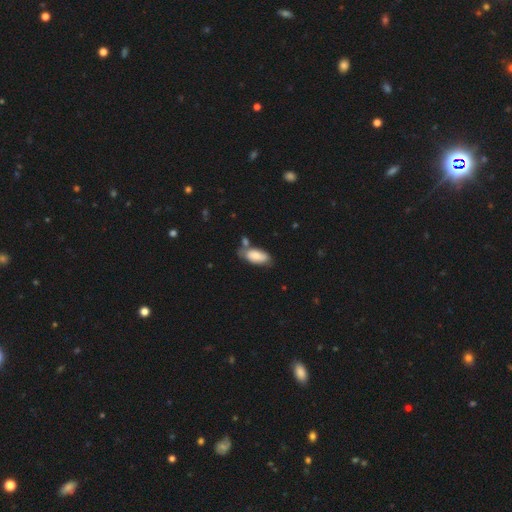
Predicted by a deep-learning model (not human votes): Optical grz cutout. It shows a smooth galaxy with no disk features (82%) that is in between round and cigar-shaped (90%). Merging: none (51%).